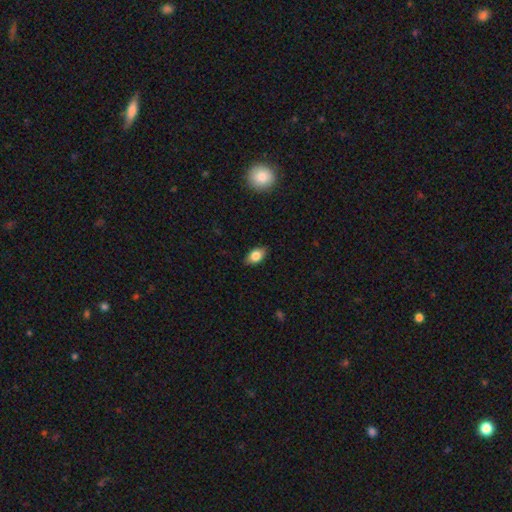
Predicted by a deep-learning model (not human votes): smooth 80%, featured or disk 12%, star or artifact 8%. Down the decision tree: how rounded — in between (88%); merging — none (87%).